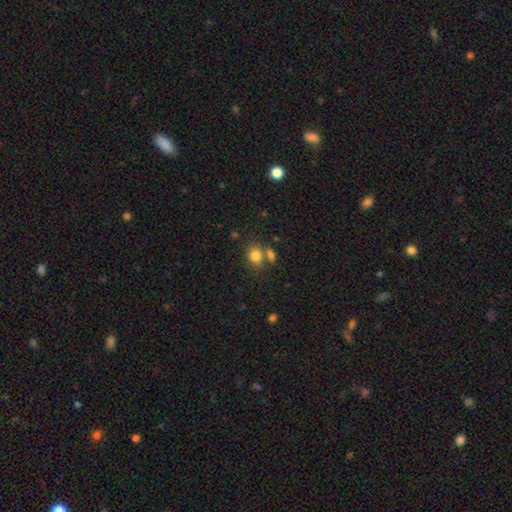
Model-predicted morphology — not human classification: Smooth or featured? smooth (82%)
How rounded? round (55%)
Merging? none (58%)